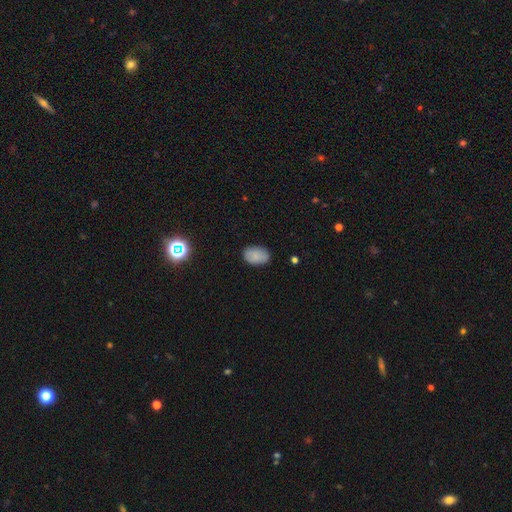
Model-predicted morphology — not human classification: Overall: smooth (84%). How rounded: in between (89%). Merging: none (82%).